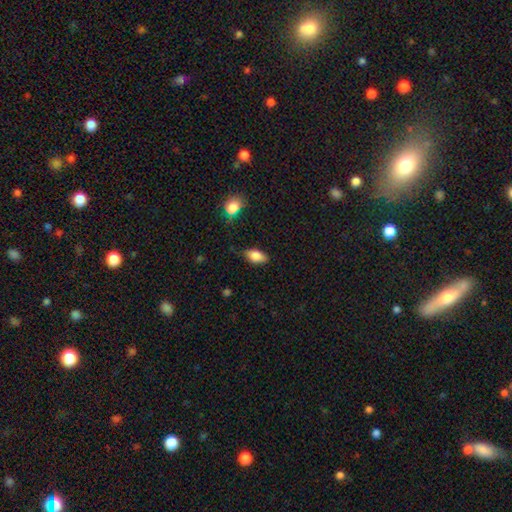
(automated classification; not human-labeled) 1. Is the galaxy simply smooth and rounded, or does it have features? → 83% smooth, 9% featured or disk, 8% star or artifact.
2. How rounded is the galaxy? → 90% in between, 5% cigar-shaped, 5% round.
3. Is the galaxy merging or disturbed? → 77% none, 17% minor disturbance, 4% major disturbance, 2% merger.